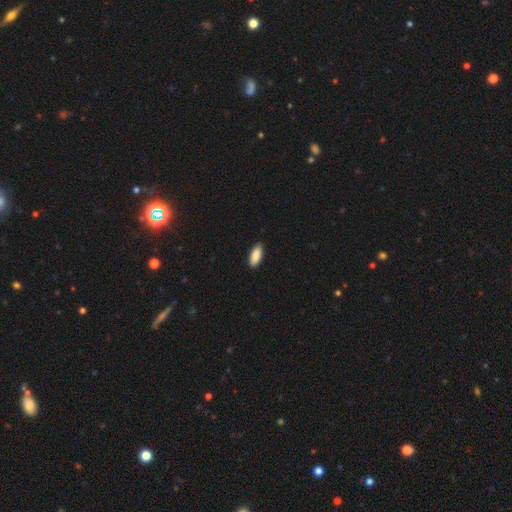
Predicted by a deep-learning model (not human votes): Smooth or featured? Predicted: smooth (p=0.88). How rounded? Predicted: in between (p=0.86). Merging? Predicted: none (p=0.88).